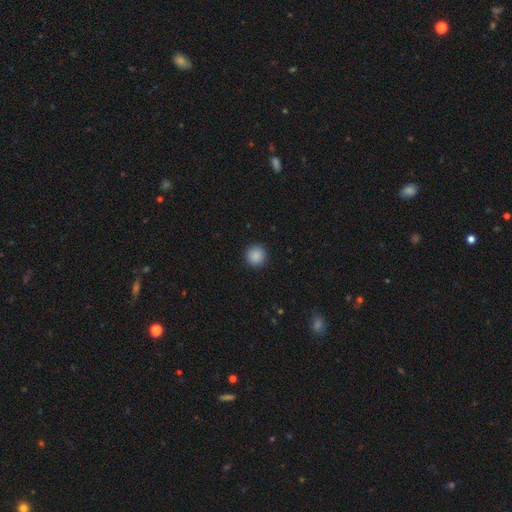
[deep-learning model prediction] Smooth or featured? Predicted: smooth (p=0.89). How rounded? Predicted: round (p=0.95). Merging? Predicted: none (p=0.92).